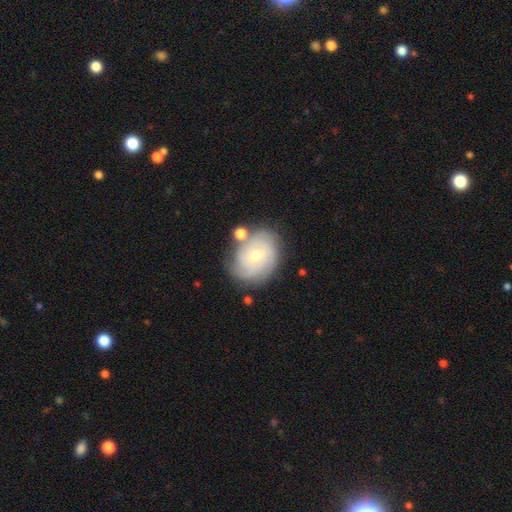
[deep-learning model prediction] The model was most divided on "bulge size": moderate: 53%, small: 44%, large: 2%, none: 1%, dominant: 1%. Remaining: edge-on disk — no (97%); spiral arms — yes (91%); smooth or featured — featured or disk (74%); merging — none (73%); spiral winding — tight (69%); bar — no (59%); spiral arm count — can't tell (38%).